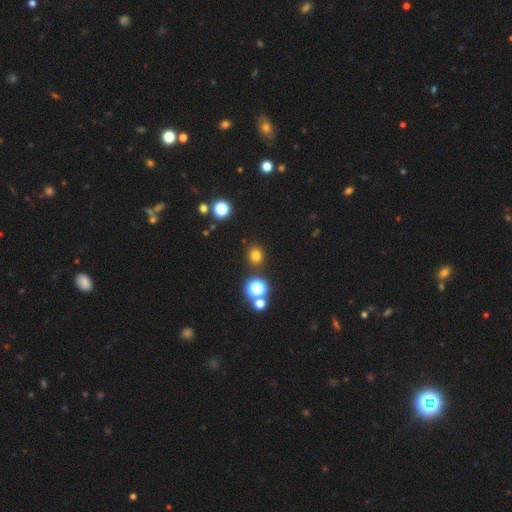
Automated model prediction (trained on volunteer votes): Smooth or featured?
  - smooth: 75% *
  - star or artifact: 19%
  - featured or disk: 5%
How rounded?
  - round: 84% *
  - in between: 15%
  - cigar-shaped: 1%
Merging?
  - none: 88% *
  - minor disturbance: 7%
  - merger: 3%
  - major disturbance: 2%